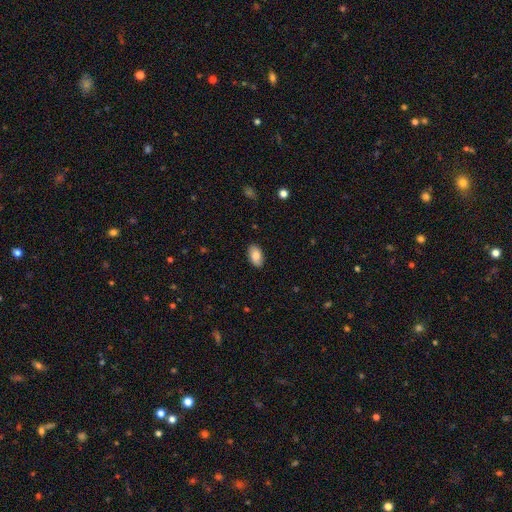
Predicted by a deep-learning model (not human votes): Smooth or featured? smooth (83%)
How rounded? in between (94%)
Merging? none (88%)